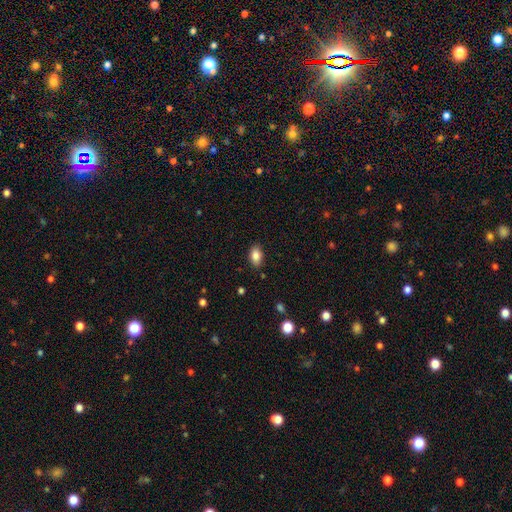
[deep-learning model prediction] Morphology: type=smooth (85%); roundness=in between (88%); merging=none (85%).